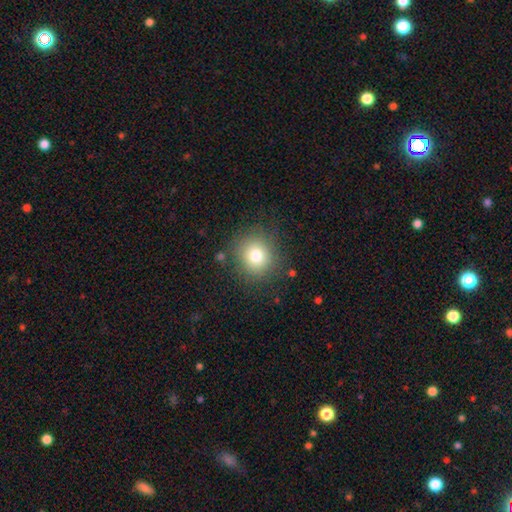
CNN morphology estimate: Smooth or featured: smooth — 77% (star or artifact — 12%)
How rounded: round — 88% (in between — 11%)
Merging: none — 84% (minor disturbance — 10%)